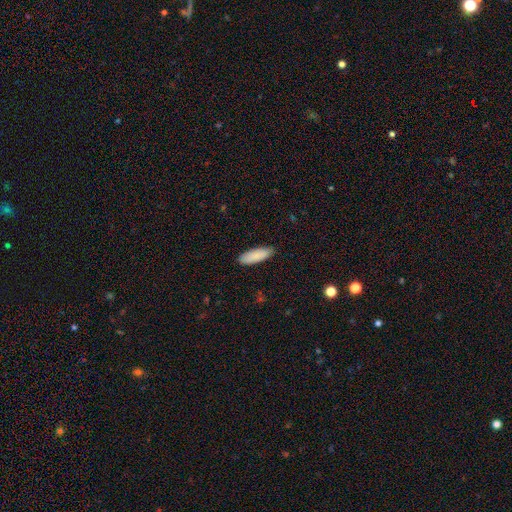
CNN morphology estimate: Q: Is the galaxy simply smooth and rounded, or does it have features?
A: smooth — 90%.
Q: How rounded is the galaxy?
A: in between — 60%.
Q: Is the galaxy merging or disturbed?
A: none — 88%.